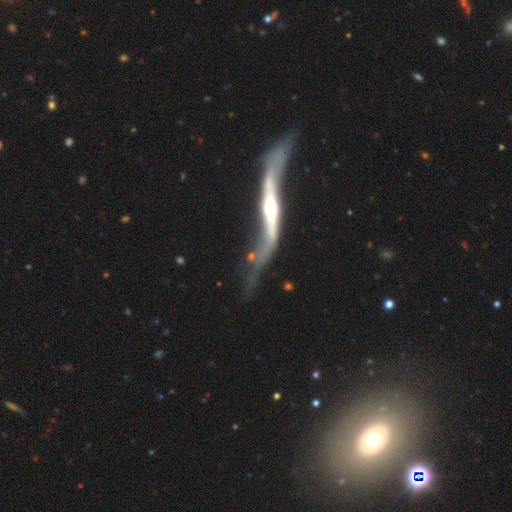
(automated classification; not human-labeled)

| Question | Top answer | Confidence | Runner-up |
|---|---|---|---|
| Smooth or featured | featured or disk | 80% | smooth (14%) |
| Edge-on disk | yes | 59% | no (41%) |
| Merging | none | 33% | major disturbance (32%) |